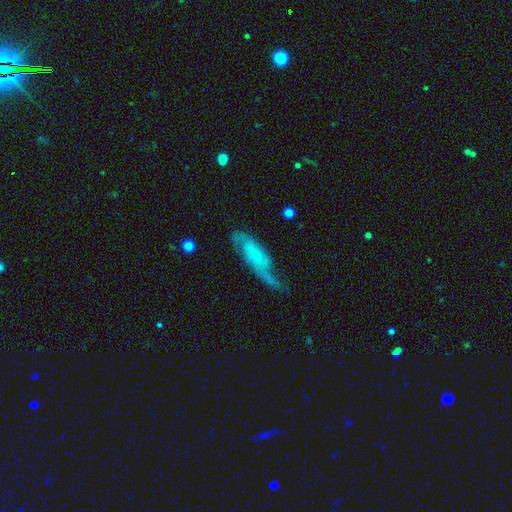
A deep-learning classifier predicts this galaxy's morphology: Smooth or featured? Predicted: featured or disk (p=0.70). Edge-on disk? Predicted: no (p=0.83). Bar? Predicted: no (p=0.68). Spiral arms? Predicted: yes (p=0.86). Bulge size? Predicted: small (p=0.72). Merging? Predicted: none (p=0.44).